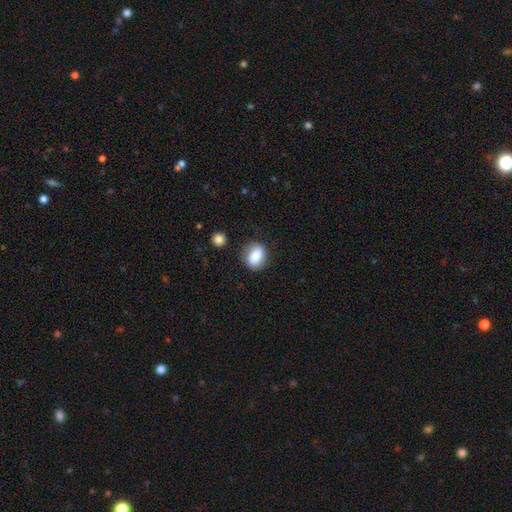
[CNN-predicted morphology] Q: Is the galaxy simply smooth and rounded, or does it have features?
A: smooth — 78%.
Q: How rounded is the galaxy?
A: in between — 53%.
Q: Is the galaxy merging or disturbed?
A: none — 75%.